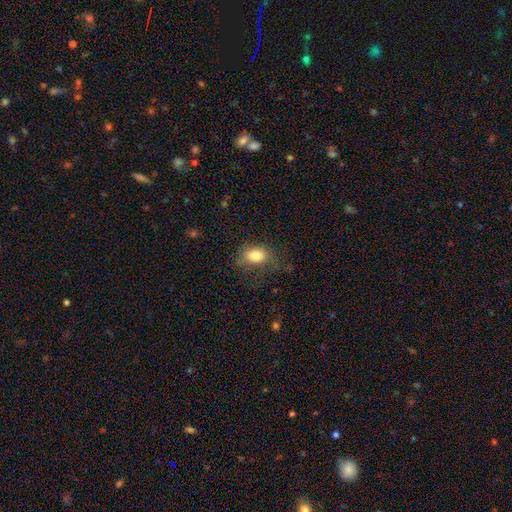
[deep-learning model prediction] smooth_or_featured: smooth (p=0.81) [alt: star or artifact p=0.10]
how_rounded: in between (p=0.68) [alt: round p=0.31]
merging: none (p=0.64) [alt: minor disturbance p=0.22]